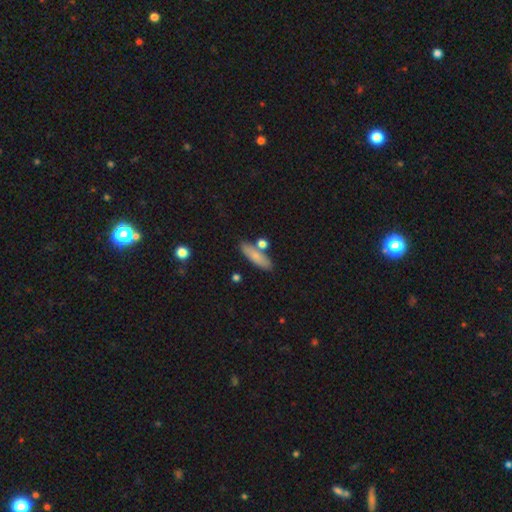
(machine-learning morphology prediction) A smooth galaxy with no disk features (74%) that is cigar-shaped (54%).

Vote fractions:
- Smooth or featured? smooth: 74% / featured or disk: 19% / star or artifact: 7%
- How rounded? cigar-shaped: 54% / in between: 42% / round: 4%
- Merging? none: 74% / minor disturbance: 12% / merger: 11% / major disturbance: 3%